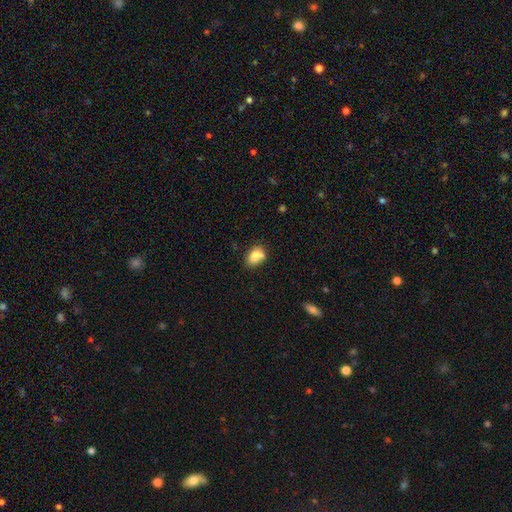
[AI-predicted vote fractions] Smooth or featured: smooth — 77% (featured or disk — 14%)
How rounded: in between — 72% (round — 27%)
Merging: none — 51% (merger — 24%)